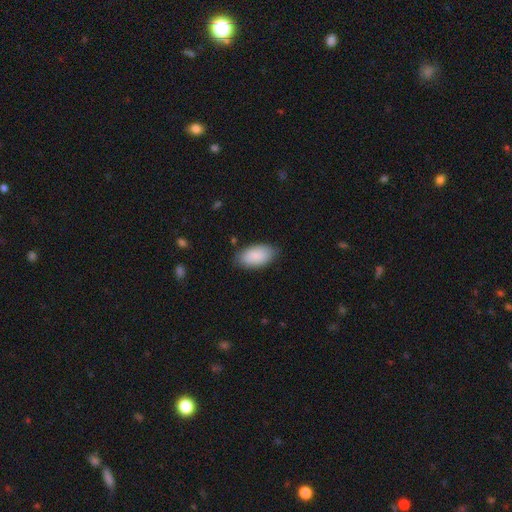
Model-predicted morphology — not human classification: smooth-or-featured: smooth: 89% | star or artifact: 6% | featured or disk: 5%
  how-rounded: in between: 95% | cigar-shaped: 3% | round: 2%
  merging: none: 82% | minor disturbance: 14% | major disturbance: 3% | merger: 1%